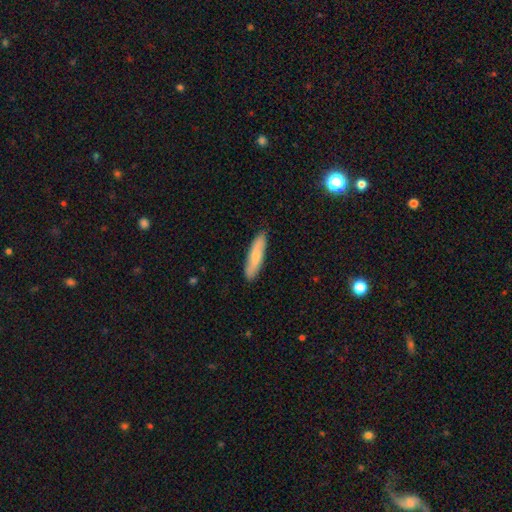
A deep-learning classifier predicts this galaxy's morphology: Overall: smooth (68%). How rounded: cigar-shaped (71%). Merging: none (87%).